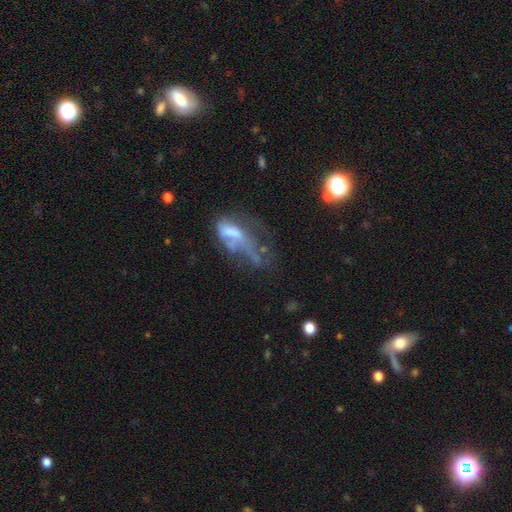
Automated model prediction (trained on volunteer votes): Smooth or featured? featured or disk (46%)
Merging? major disturbance (50%)